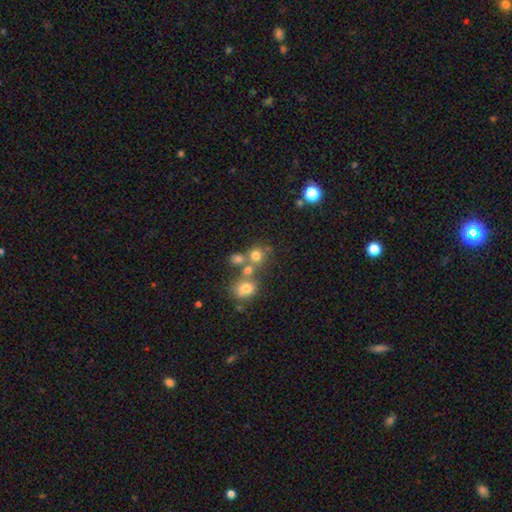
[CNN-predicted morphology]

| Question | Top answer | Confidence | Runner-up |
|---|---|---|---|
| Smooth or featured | smooth | 70% | star or artifact (17%) |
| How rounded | round | 82% | in between (17%) |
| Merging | none | 49% | merger (37%) |